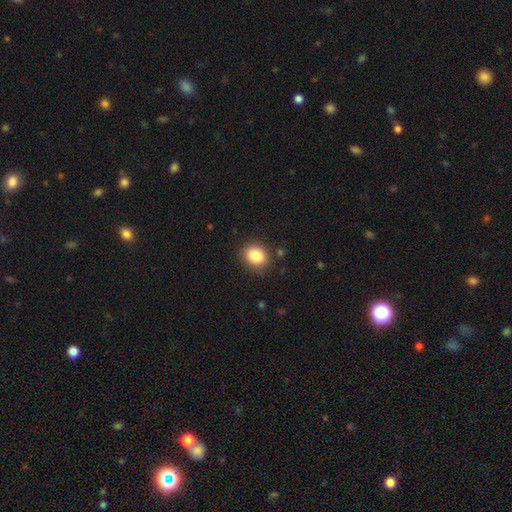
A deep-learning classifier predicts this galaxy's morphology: Smooth or featured? Predicted: smooth (p=0.85). How rounded? Predicted: round (p=0.63). Merging? Predicted: none (p=0.86).